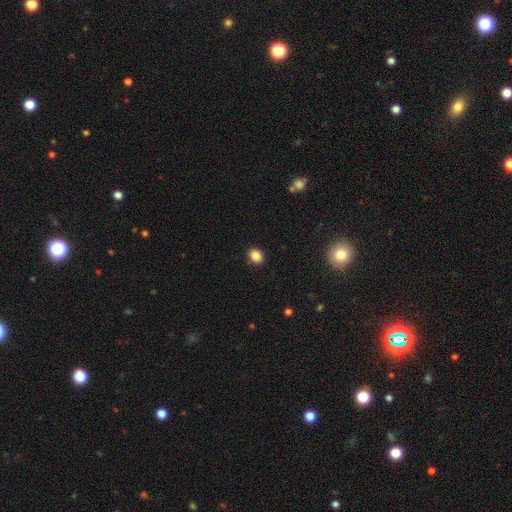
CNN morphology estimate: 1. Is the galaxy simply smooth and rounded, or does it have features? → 86% smooth, 10% star or artifact, 4% featured or disk.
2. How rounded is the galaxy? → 59% round, 40% in between, 1% cigar-shaped.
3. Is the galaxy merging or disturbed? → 90% none, 7% minor disturbance, 2% major disturbance, 1% merger.